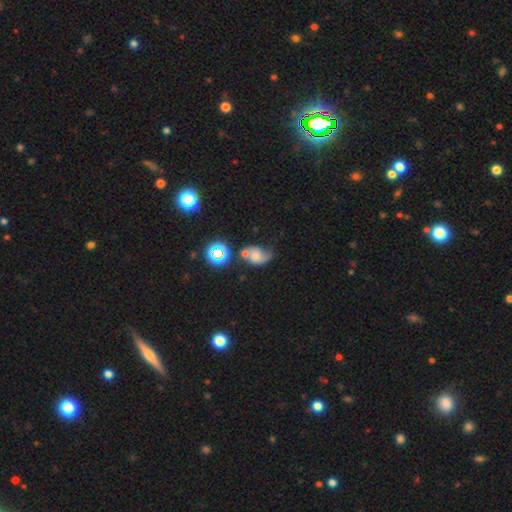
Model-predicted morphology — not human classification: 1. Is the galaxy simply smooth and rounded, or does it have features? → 47% featured or disk, 36% smooth, 17% star or artifact.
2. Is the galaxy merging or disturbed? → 32% none, 27% minor disturbance, 23% merger, 18% major disturbance.